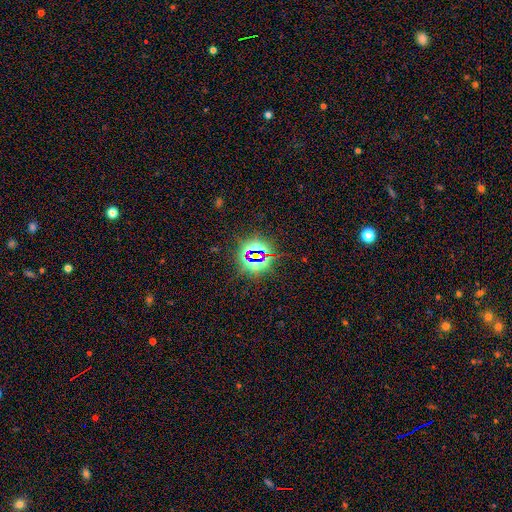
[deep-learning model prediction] A star or artifact, not a galaxy (80%).

Vote fractions:
- Smooth or featured? star or artifact: 80% / smooth: 12% / featured or disk: 8%